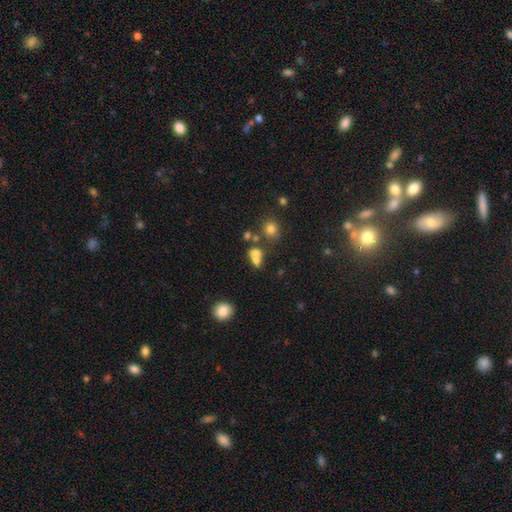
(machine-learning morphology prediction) Q: Smooth or featured?
A: smooth (68%); runner-up: featured or disk (16%)
Q: How rounded?
A: round (61%); runner-up: in between (38%)
Q: Merging?
A: merger (54%); runner-up: none (31%)